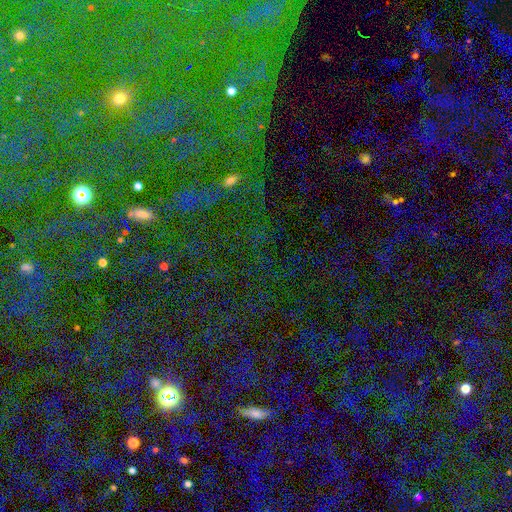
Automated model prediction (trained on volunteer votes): Smooth or featured? Predicted: star or artifact (p=0.79).